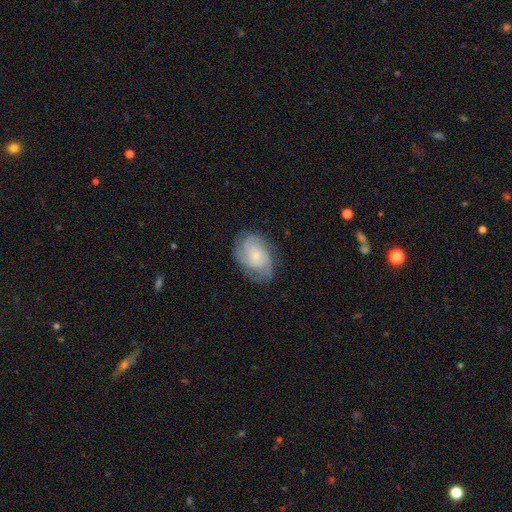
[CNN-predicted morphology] The model was most divided on "spiral arm count": can't tell: 29%, 3: 28%, 2: 24%, 4: 10%, 1: 5%, more than 4: 5%. Remaining: edge-on disk — no (97%); spiral arms — yes (93%); bar — no (74%); merging — none (70%); smooth or featured — featured or disk (69%); bulge size — small (69%); spiral winding — tight (50%).